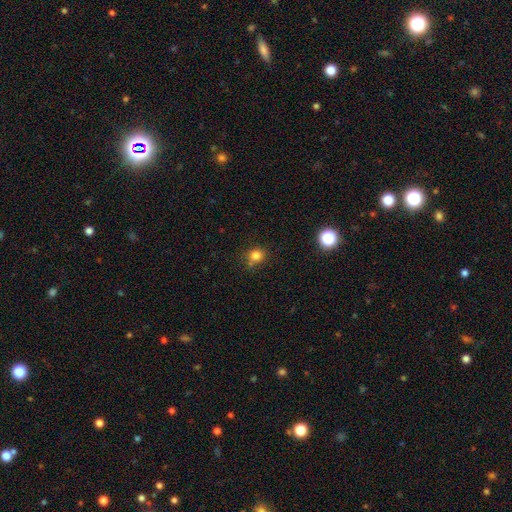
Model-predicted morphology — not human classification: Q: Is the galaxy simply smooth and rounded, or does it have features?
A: smooth — 80%.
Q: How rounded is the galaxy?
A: round — 80%.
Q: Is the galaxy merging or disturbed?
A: none — 69%.